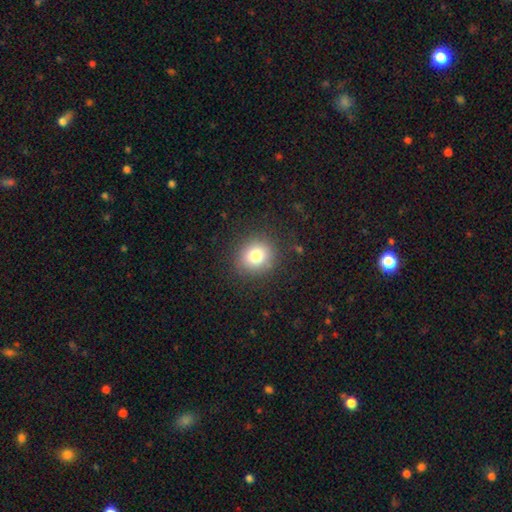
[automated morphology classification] smooth_or_featured: smooth (p=0.79) [alt: star or artifact p=0.12]
how_rounded: round (p=0.83) [alt: in between p=0.16]
merging: none (p=0.87) [alt: minor disturbance p=0.08]